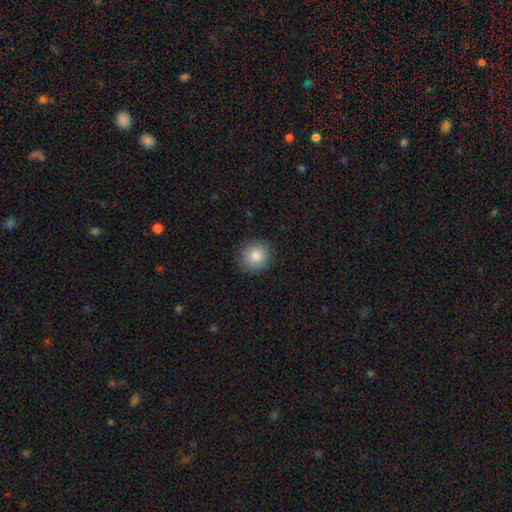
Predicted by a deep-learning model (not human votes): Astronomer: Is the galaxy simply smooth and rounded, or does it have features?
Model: smooth — 85%.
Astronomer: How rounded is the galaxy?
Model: round — 87%.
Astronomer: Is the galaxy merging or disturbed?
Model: none — 88%.